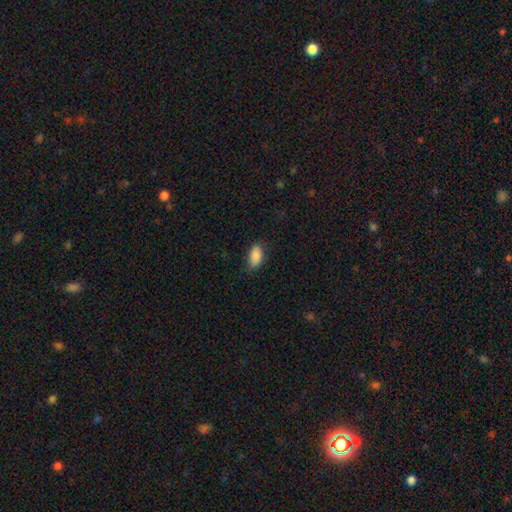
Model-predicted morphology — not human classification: A smooth galaxy with no disk features (88%) that is in between round and cigar-shaped (92%).

Vote fractions:
- Smooth or featured? smooth: 88% / star or artifact: 7% / featured or disk: 5%
- How rounded? in between: 92% / cigar-shaped: 4% / round: 4%
- Merging? none: 78% / minor disturbance: 18% / major disturbance: 4% / merger: 1%